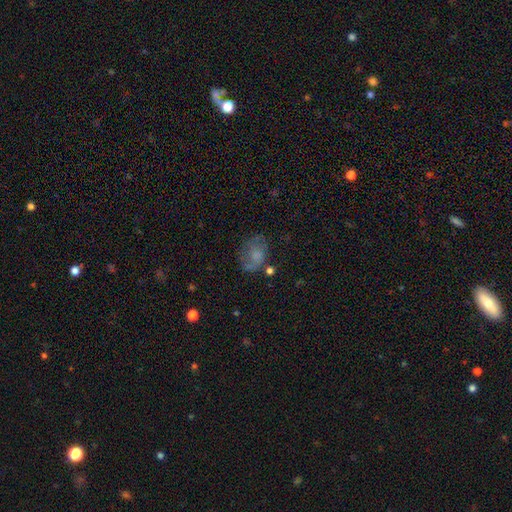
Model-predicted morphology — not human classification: Smooth or featured? Predicted: smooth (p=0.53). How rounded? Predicted: in between (p=0.67). Merging? Predicted: none (p=0.51).